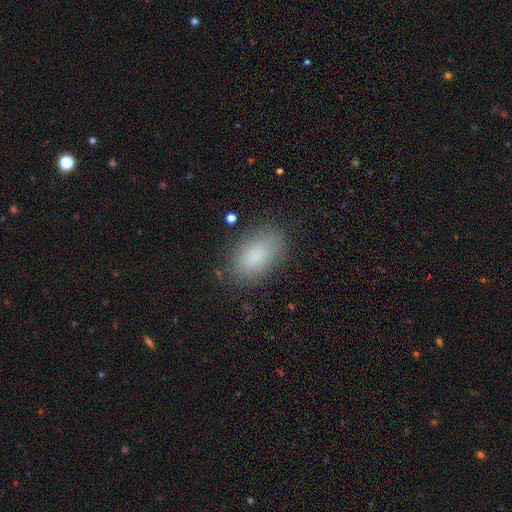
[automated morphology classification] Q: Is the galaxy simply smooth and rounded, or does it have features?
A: smooth — 85%.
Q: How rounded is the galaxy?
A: in between — 91%.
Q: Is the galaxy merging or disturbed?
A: none — 82%.